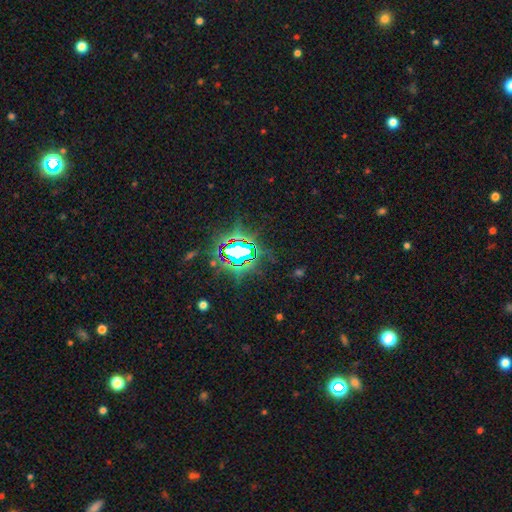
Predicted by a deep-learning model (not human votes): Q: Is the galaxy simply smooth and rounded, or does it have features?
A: star or artifact — 84%.